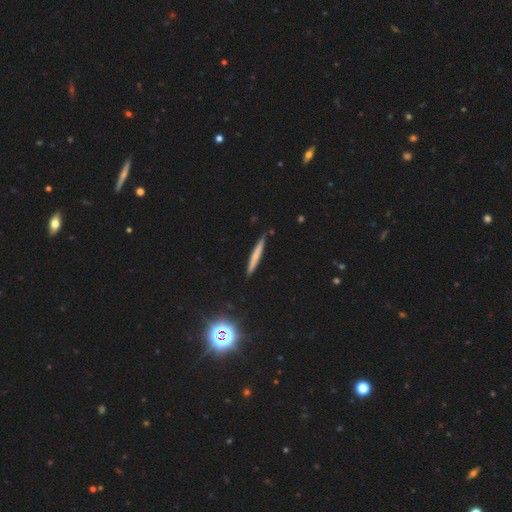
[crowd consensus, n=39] A smooth galaxy with no disk features (54%) that is cigar-shaped (95%). Merging: none (86%).